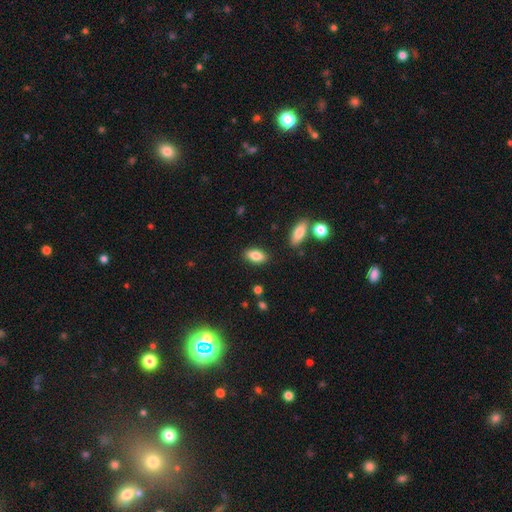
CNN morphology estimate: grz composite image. It shows a smooth galaxy with no disk features (83%) that is in between round and cigar-shaped (88%). Merging: none (86%).